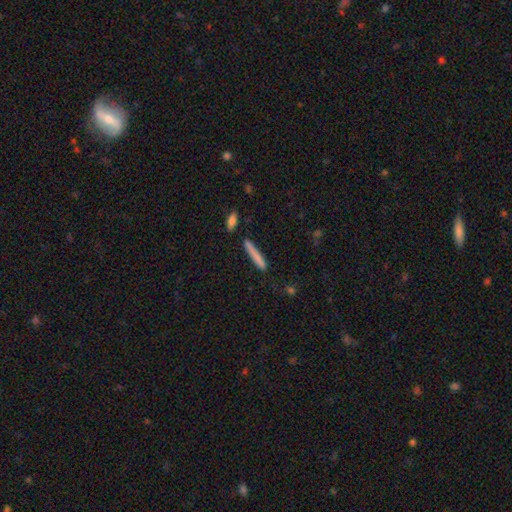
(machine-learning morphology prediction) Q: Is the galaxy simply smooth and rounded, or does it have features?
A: smooth — 76%.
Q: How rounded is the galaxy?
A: cigar-shaped — 94%.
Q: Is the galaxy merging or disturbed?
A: none — 80%.